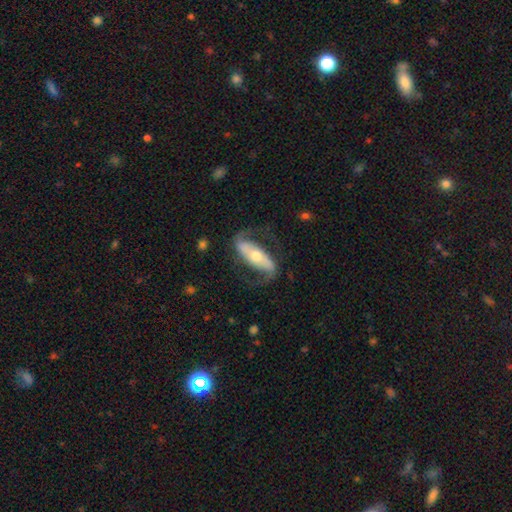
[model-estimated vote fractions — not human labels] Smooth or featured? Predicted: featured or disk (p=0.82). Edge-on disk? Predicted: no (p=0.88). Bar? Predicted: strong (p=0.51). Spiral arms? Predicted: yes (p=0.93). Spiral winding? Predicted: loose (p=0.48). Spiral arm count? Predicted: 2 (p=0.92). Bulge size? Predicted: moderate (p=0.59). Merging? Predicted: none (p=0.73).